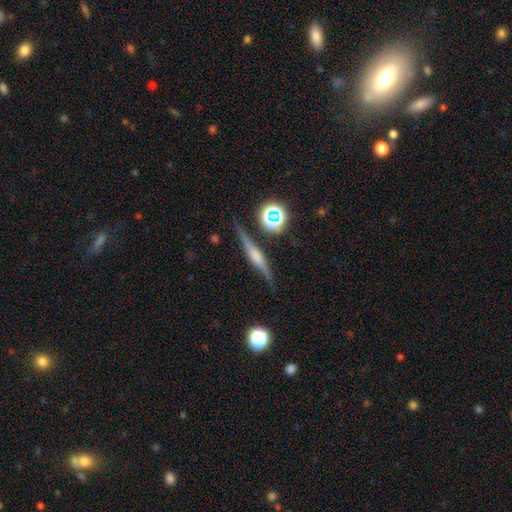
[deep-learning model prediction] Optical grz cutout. It shows a featured or disk galaxy (72%) viewed edge-on (97%) with a rounded central bulge (68%). Merging: none (85%).